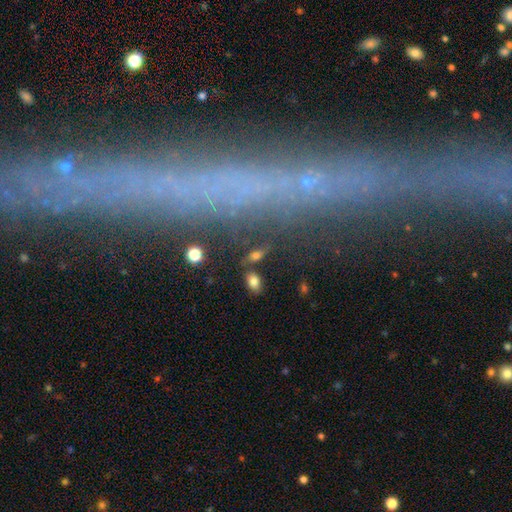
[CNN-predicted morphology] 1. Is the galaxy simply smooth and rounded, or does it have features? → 72% smooth, 15% featured or disk, 13% star or artifact.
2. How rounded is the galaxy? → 86% in between, 8% round, 6% cigar-shaped.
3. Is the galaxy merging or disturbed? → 76% none, 12% minor disturbance, 7% merger, 6% major disturbance.